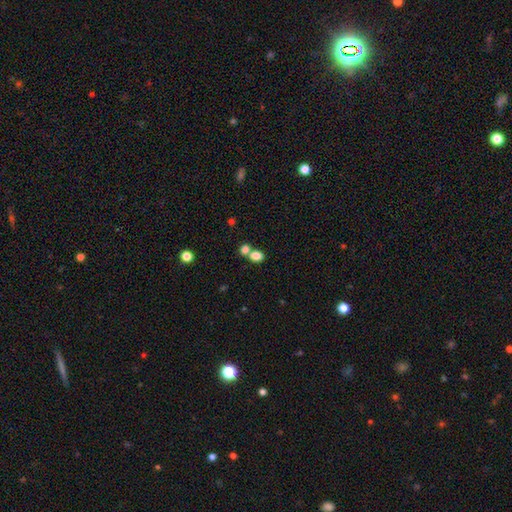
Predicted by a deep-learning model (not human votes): The model was most divided on "merging": merger: 46%, none: 42%, minor disturbance: 8%, major disturbance: 4%. More confident: smooth or featured — smooth (82%); how rounded — in between (69%).